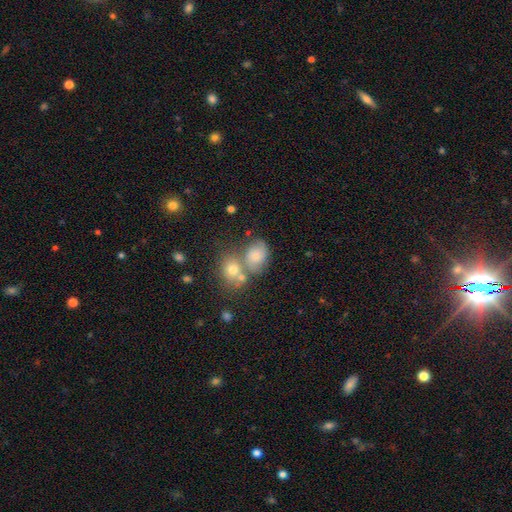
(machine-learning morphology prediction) Overall: smooth (60%; featured or disk 28%). How rounded: in between (60%; round 39%). Merging: none (42%; merger 33%).